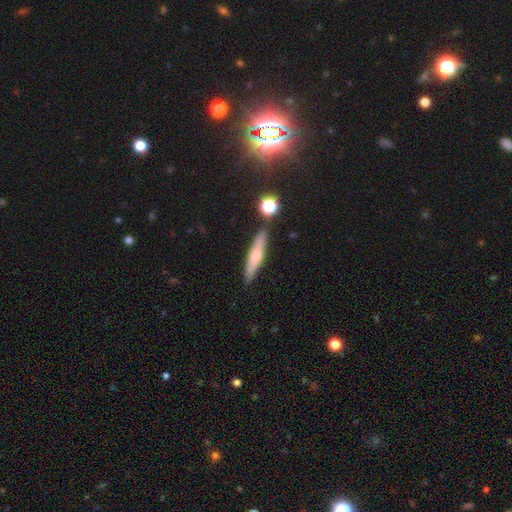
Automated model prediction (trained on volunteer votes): A smooth galaxy with no disk features (56%) that is cigar-shaped (84%).

Vote fractions:
- Smooth or featured? smooth: 56% / featured or disk: 37% / star or artifact: 7%
- How rounded? cigar-shaped: 84% / in between: 14% / round: 3%
- Merging? none: 82% / minor disturbance: 10% / merger: 5% / major disturbance: 2%